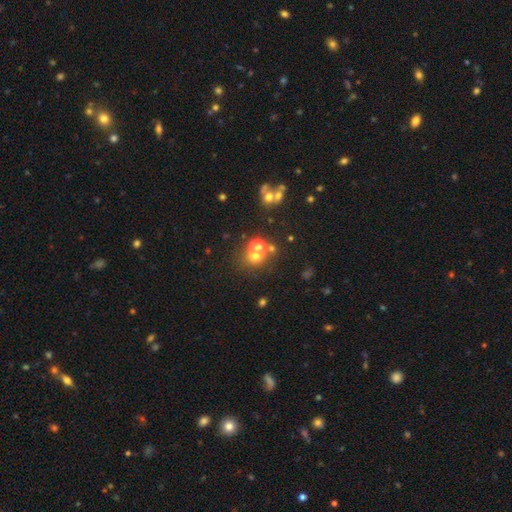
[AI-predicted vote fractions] Morphology: type=smooth (56%); roundness=round (81%); merging=none (53%).